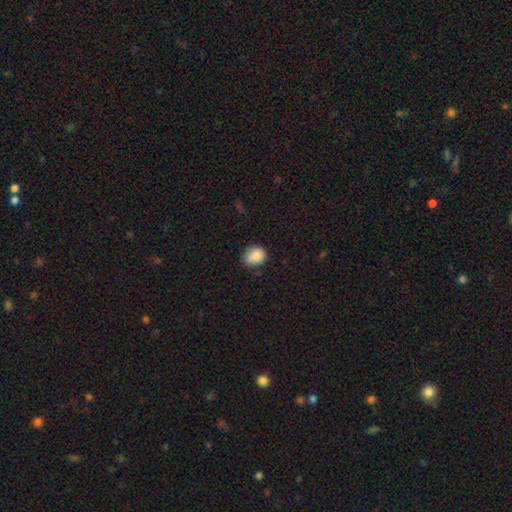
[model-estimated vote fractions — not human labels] smooth 86%, star or artifact 9%, featured or disk 5%. Down the decision tree: how rounded — round (59%); merging — none (67%).